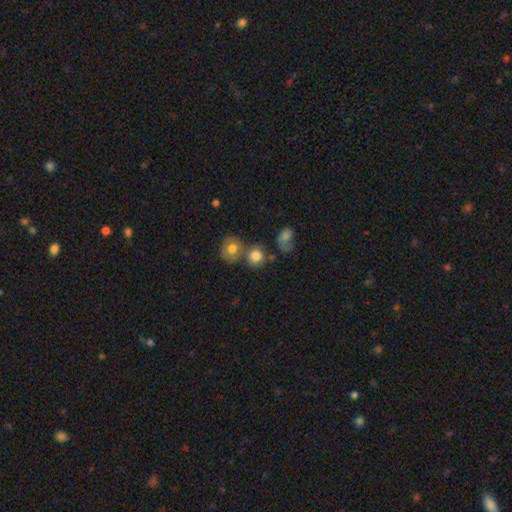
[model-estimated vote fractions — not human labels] This is likely a smooth galaxy (78%). How rounded: likely round (79%). Merging: possibly none (49%).